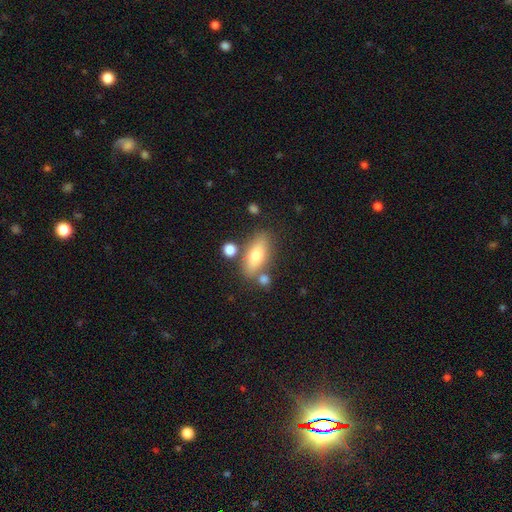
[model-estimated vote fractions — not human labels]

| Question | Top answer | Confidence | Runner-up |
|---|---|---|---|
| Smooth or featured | smooth | 66% | featured or disk (26%) |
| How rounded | in between | 72% | cigar-shaped (23%) |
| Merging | none | 72% | minor disturbance (13%) |